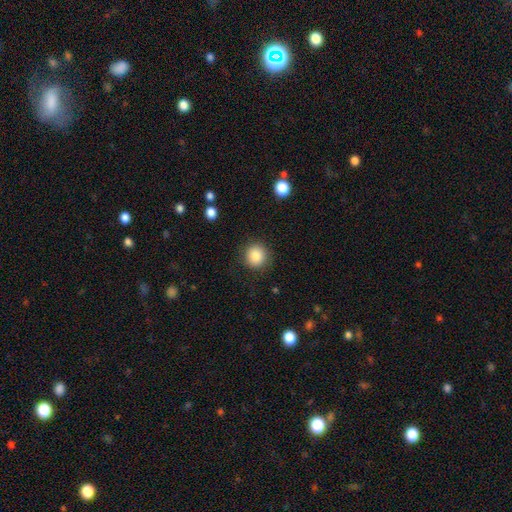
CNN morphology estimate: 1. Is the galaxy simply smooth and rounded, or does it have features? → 86% smooth, 9% star or artifact, 5% featured or disk.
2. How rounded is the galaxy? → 92% round, 8% in between, 1% cigar-shaped.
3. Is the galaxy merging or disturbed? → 89% none, 7% minor disturbance, 3% major disturbance, 1% merger.